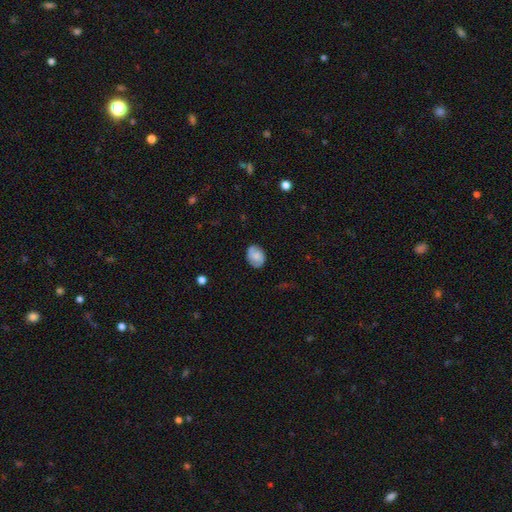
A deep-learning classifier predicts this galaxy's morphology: Smooth or featured? smooth (65%)
How rounded? in between (67%)
Merging? none (75%)